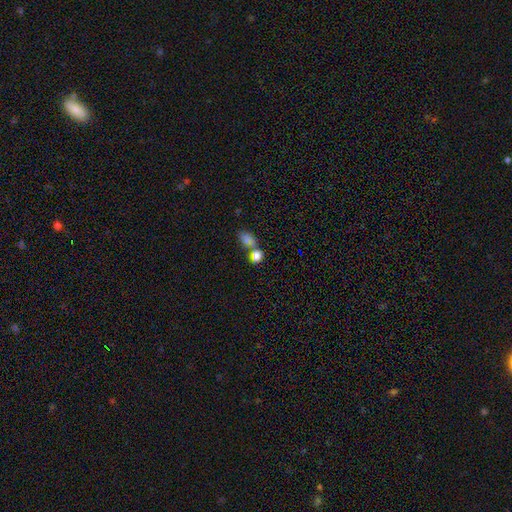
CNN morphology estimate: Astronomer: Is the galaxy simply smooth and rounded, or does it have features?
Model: smooth — 79%.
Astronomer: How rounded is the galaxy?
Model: in between — 51% (runner-up: round, 47%).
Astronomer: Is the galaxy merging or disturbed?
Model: merger — 48% (runner-up: none, 38%).